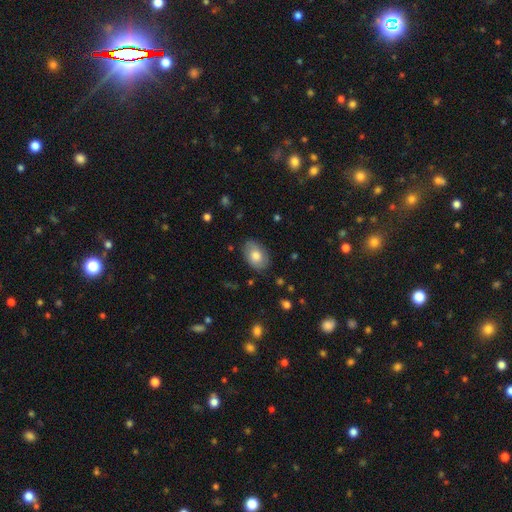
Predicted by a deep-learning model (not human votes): Smooth or featured? Predicted: smooth (p=0.75). How rounded? Predicted: in between (p=0.85). Merging? Predicted: none (p=0.81).